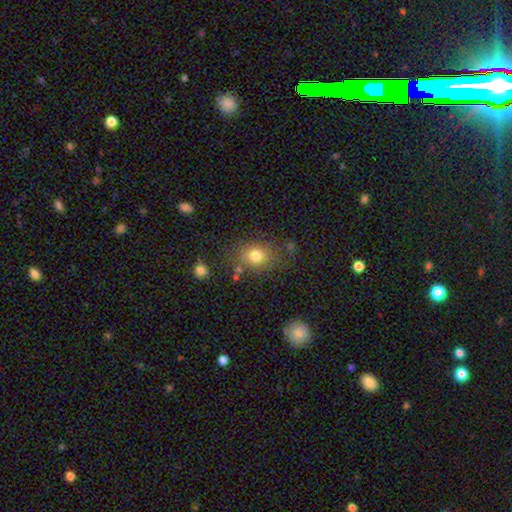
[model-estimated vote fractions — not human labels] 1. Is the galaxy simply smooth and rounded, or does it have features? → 77% smooth, 12% star or artifact, 11% featured or disk.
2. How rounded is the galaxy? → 50% in between, 49% round, 1% cigar-shaped.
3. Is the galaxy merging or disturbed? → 72% none, 16% minor disturbance, 7% major disturbance, 5% merger.